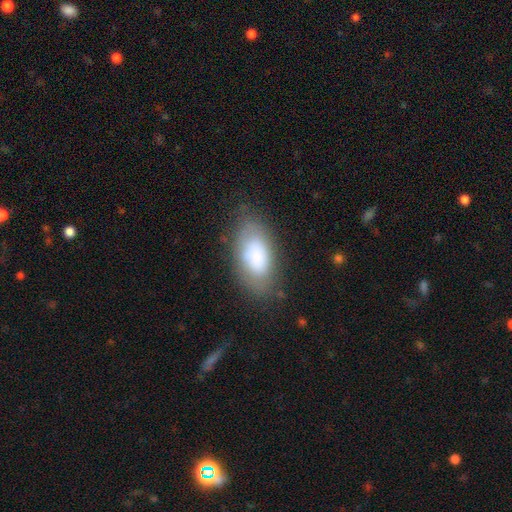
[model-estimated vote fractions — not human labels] Smooth or featured? smooth (77%)
How rounded? in between (93%)
Merging? none (71%)